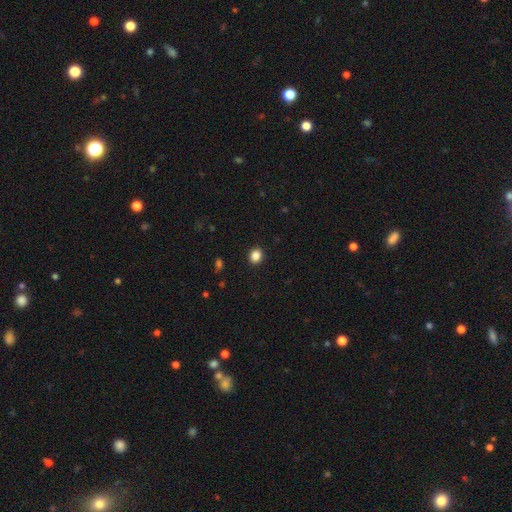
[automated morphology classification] A smooth galaxy with no disk features (86%) that is round (71%). Merging: none (92%).